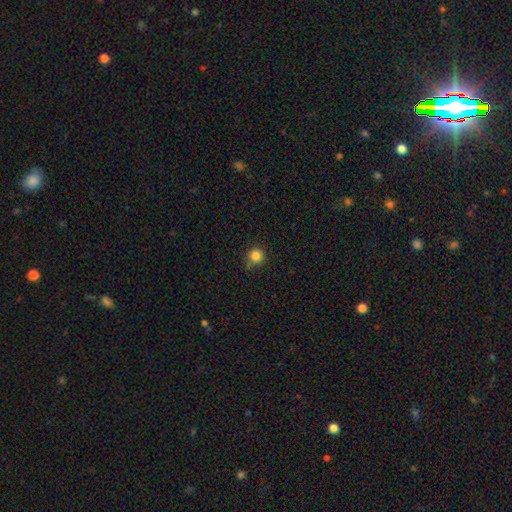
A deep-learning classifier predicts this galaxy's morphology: Smooth or featured?
  - smooth: 84% *
  - star or artifact: 12%
  - featured or disk: 4%
How rounded?
  - round: 94% *
  - in between: 5%
  - cigar-shaped: 1%
Merging?
  - none: 77% *
  - minor disturbance: 17%
  - major disturbance: 3%
  - merger: 2%